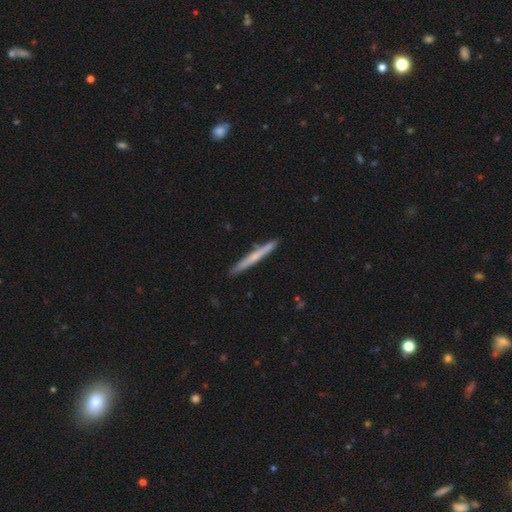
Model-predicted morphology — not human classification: type=smooth (48%); merging=none (90%).